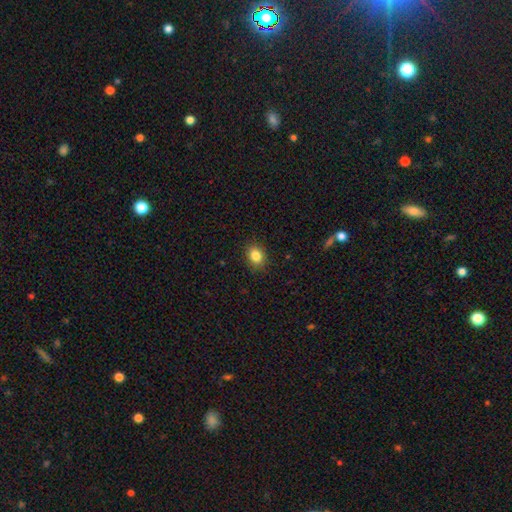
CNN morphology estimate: A smooth galaxy with no disk features (84%) that is in between round and cigar-shaped (53%). Merging: none (88%).